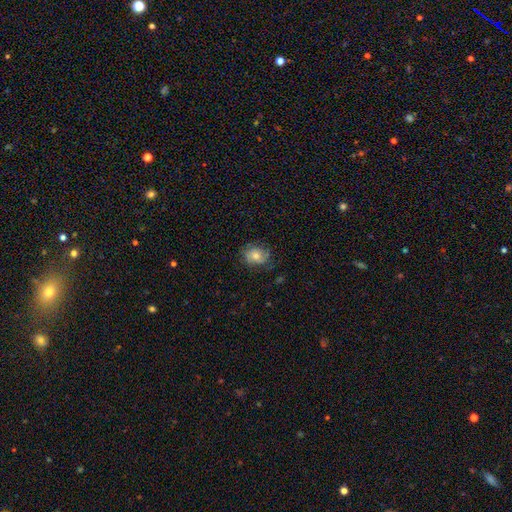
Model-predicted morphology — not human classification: The model was most divided on "how rounded": round: 56%, in between: 42%, cigar-shaped: 1%. More confident: merging — none (69%); smooth or featured — smooth (56%).